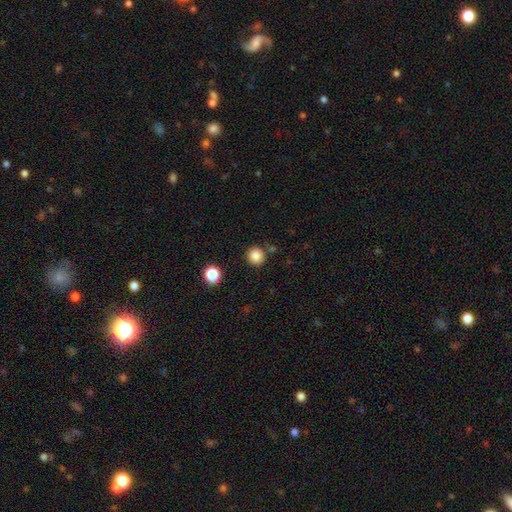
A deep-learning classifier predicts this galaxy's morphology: This appears to be a smooth galaxy with no disk features (85%) that is round (93%). Merging: none (86%).